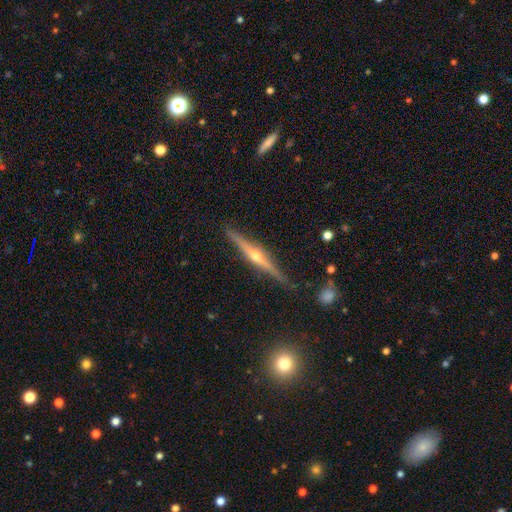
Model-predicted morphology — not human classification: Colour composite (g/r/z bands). It shows a featured or disk galaxy (82%) viewed edge-on (98%) with a rounded central bulge (93%). Merging: none (88%).